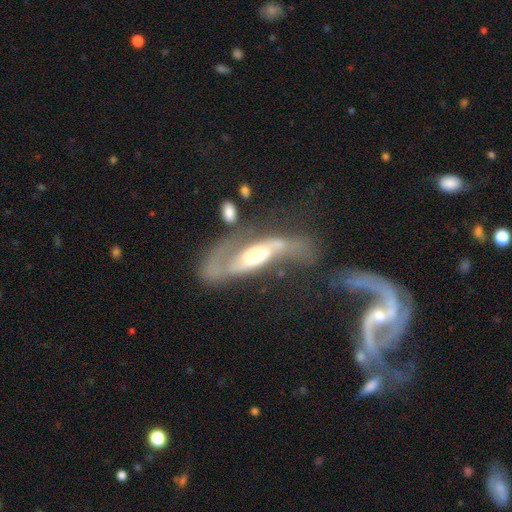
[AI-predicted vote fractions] Morphology: type=featured or disk (73%); edge-on=no (80%); bar=no (43%); spiral arms=yes (80%); bulge=moderate (50%); merging=major disturbance (41%).